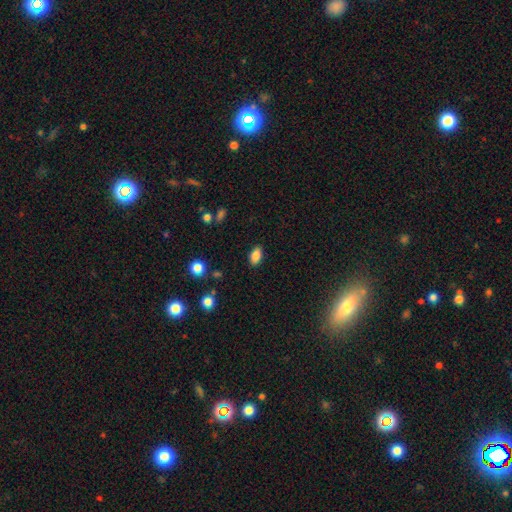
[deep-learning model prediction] Overall: smooth (85%). How rounded: in between (90%). Merging: none (88%).